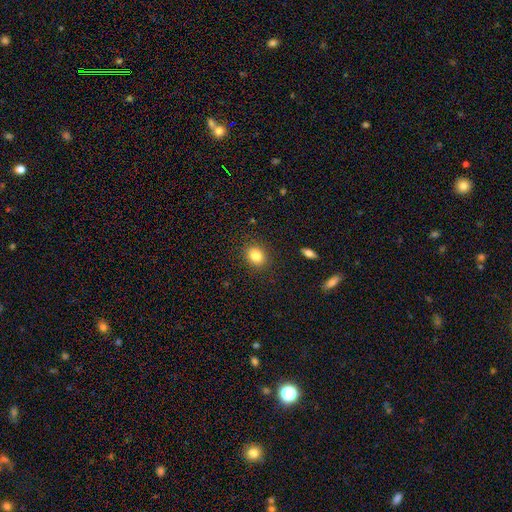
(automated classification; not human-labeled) Morphology: type=smooth (83%); roundness=round (56%); merging=none (88%).